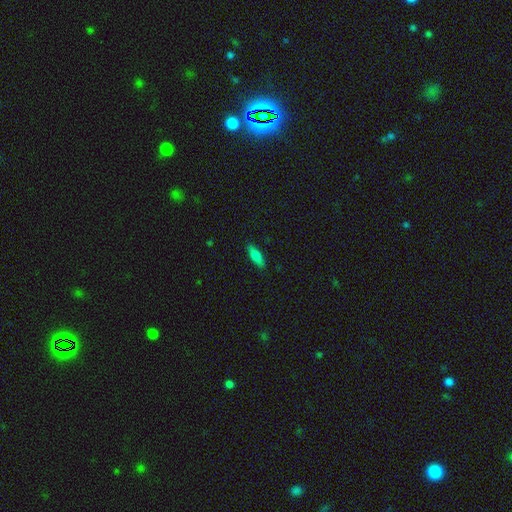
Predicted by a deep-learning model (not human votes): smooth_or_featured: smooth (p=0.69) [alt: featured or disk p=0.24]
how_rounded: cigar-shaped (p=0.52) [alt: in between p=0.45]
merging: none (p=0.88) [alt: minor disturbance p=0.09]